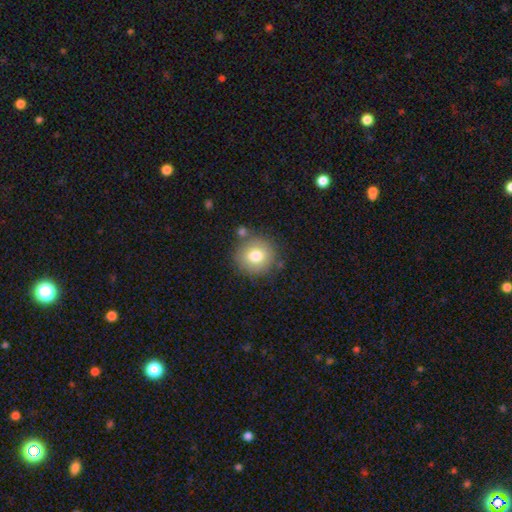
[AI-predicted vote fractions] smooth 77%, featured or disk 14%, star or artifact 10%. Down the decision tree: how rounded — round (87%); merging — none (79%).